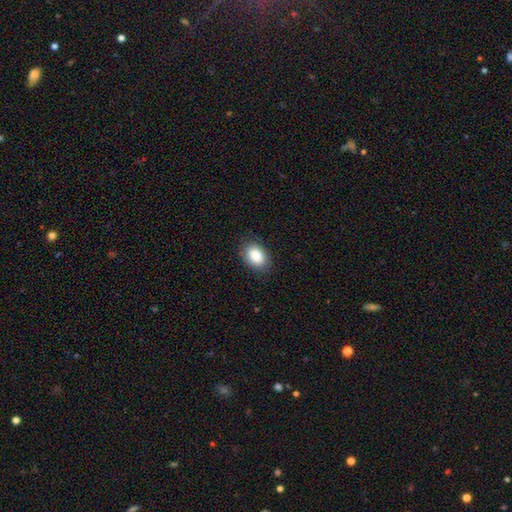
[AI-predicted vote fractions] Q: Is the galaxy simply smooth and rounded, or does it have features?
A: smooth — 88%.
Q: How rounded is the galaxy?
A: in between — 84%.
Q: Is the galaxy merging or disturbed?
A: none — 85%.